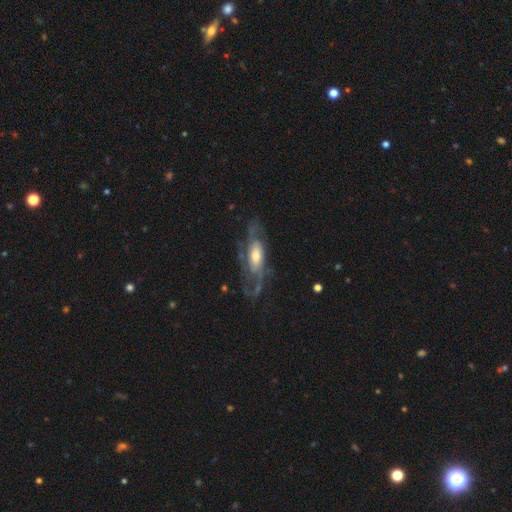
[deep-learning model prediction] Overall: featured or disk (79%). Edge-on disk: no (87%). Bar: no (57%; weak 31%). Spiral arms: yes (88%). Spiral arm count: 2 (45%; can't tell 28%). Spiral winding: medium (45%; tight 33%). Bulge size: moderate (52%; large 25%). Merging: none (59%; major disturbance 20%).